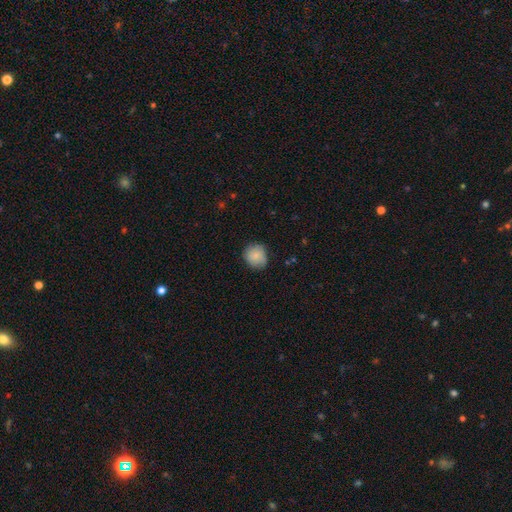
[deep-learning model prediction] Q: Smooth or featured?
A: smooth (85%); runner-up: featured or disk (8%)
Q: How rounded?
A: round (84%); runner-up: in between (15%)
Q: Merging?
A: none (75%); runner-up: minor disturbance (21%)